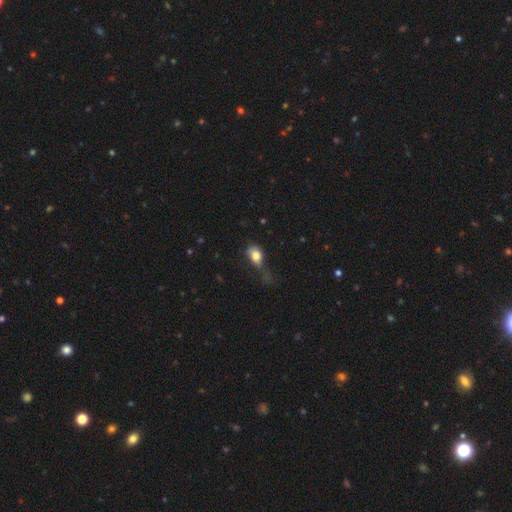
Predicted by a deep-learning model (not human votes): Smooth or featured? smooth (79%)
How rounded? in between (74%)
Merging? major disturbance (38%)